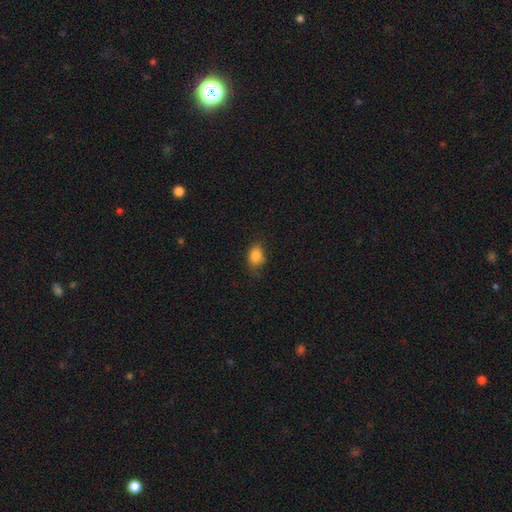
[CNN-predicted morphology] This is clearly a smooth galaxy (85%). How rounded: likely in between (75%). Merging: likely none (71%).